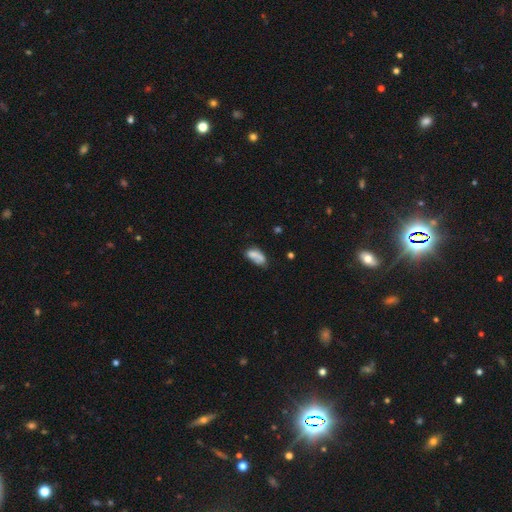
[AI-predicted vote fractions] The model was most divided on "merging": none: 36%, merger: 25%, minor disturbance: 24%, major disturbance: 14%. More confident: how rounded — in between (86%); smooth or featured — smooth (68%).